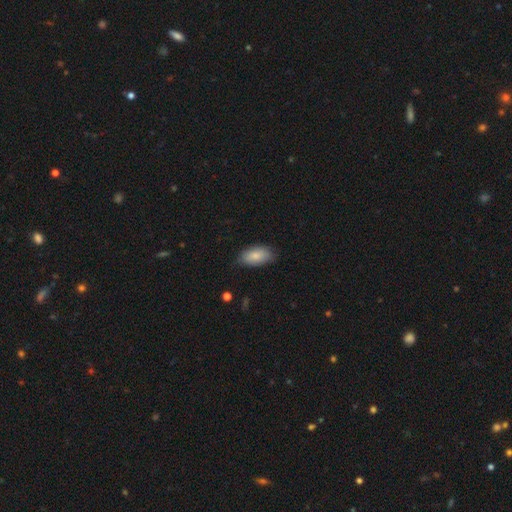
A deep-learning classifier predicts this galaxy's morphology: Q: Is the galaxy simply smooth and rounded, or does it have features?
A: smooth — 84%.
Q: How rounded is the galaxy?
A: in between — 93%.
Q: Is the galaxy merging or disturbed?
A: none — 76%.